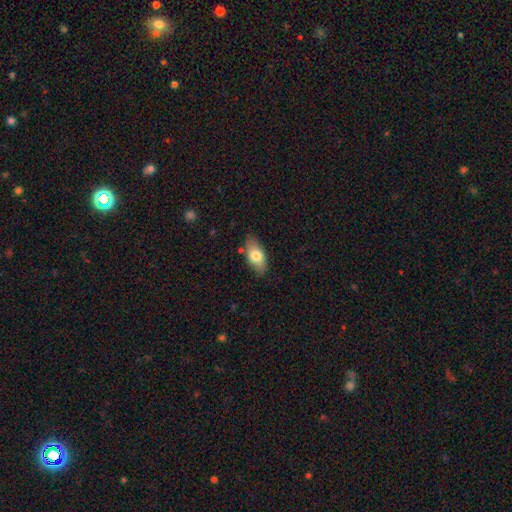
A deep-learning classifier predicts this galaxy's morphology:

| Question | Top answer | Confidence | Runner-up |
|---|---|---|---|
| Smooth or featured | smooth | 76% | featured or disk (17%) |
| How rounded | in between | 90% | cigar-shaped (6%) |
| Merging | none | 81% | minor disturbance (14%) |